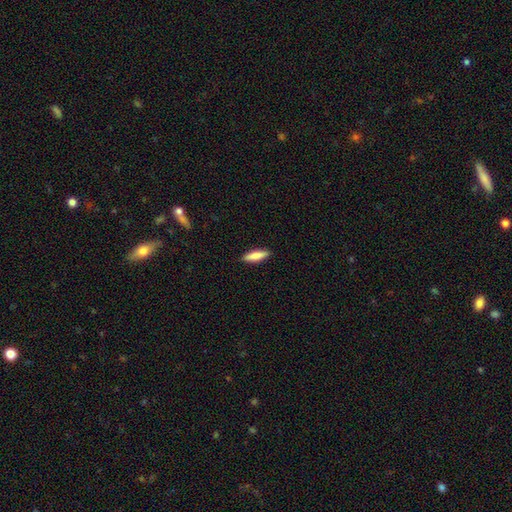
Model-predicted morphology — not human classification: This is likely a smooth galaxy (79%). How rounded: likely cigar-shaped (67%). Merging: clearly none (90%).